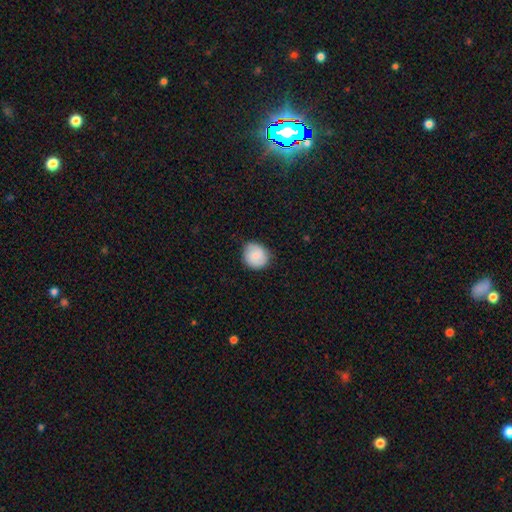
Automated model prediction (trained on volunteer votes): This appears to be a smooth galaxy with no disk features (82%) that is round (82%). Merging: none (79%).